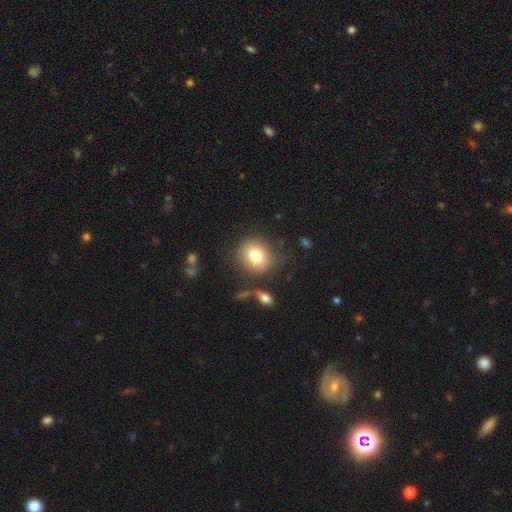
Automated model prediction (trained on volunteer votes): This appears to be a smooth galaxy with no disk features (79%) that is round (70%). Merging: none (79%).